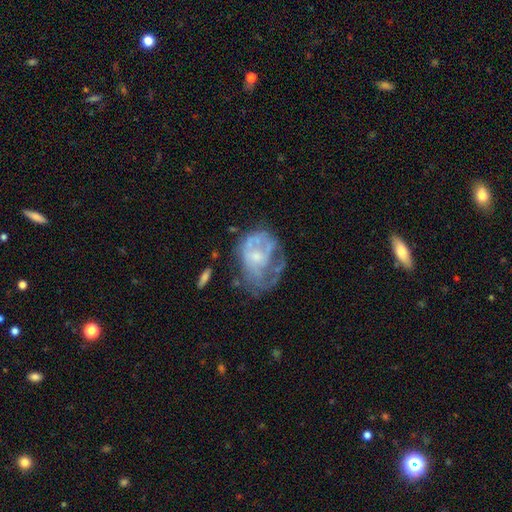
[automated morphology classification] Smooth or featured: featured or disk — 64% (smooth — 26%)
Edge-on disk: no — 97% (yes — 3%)
Bar: no — 75% (weak — 21%)
Spiral arms: no — 52% (yes — 48%)
Bulge size: small — 55% (moderate — 30%)
Merging: none — 36% (major disturbance — 33%)